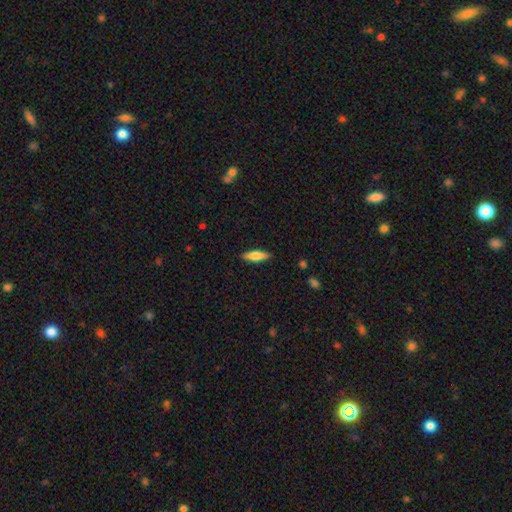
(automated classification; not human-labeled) Q: Smooth or featured?
A: smooth (63%); runner-up: featured or disk (31%)
Q: How rounded?
A: cigar-shaped (61%); runner-up: in between (37%)
Q: Merging?
A: none (88%); runner-up: minor disturbance (9%)